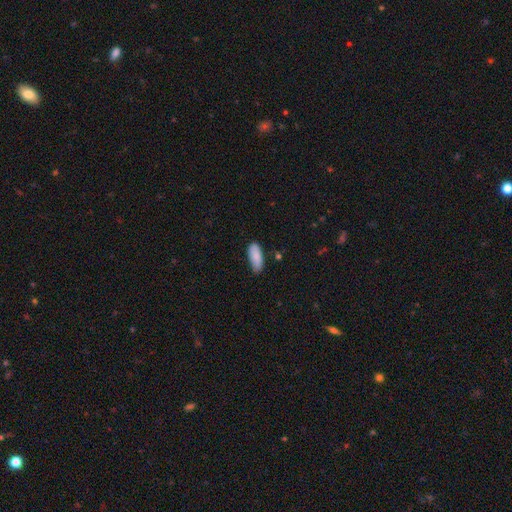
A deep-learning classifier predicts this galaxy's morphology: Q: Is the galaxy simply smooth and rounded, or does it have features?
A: smooth — 83%.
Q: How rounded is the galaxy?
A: in between — 82%.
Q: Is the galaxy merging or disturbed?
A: none — 72%.